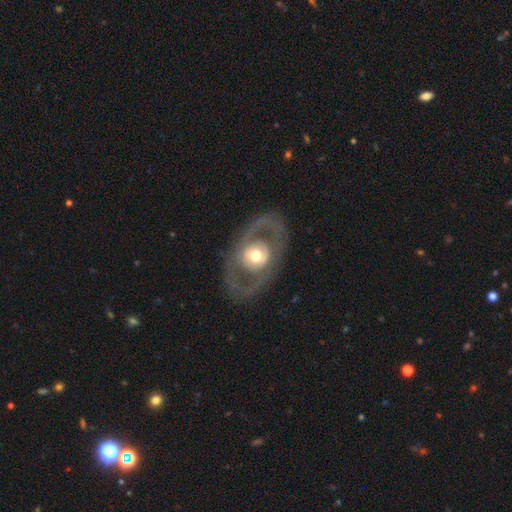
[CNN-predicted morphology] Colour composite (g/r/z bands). It shows a featured or disk galaxy (66%) with no bar (73%), no spiral arms (72%) and a moderate central bulge (60%). Merging: none (76%).